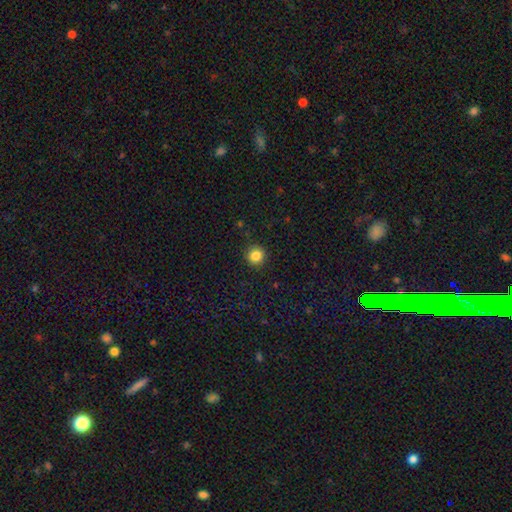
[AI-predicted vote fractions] A smooth galaxy with no disk features (84%) that is round (92%).

Vote fractions:
- Smooth or featured? smooth: 84% / star or artifact: 11% / featured or disk: 4%
- How rounded? round: 92% / in between: 7% / cigar-shaped: 1%
- Merging? none: 91% / minor disturbance: 6% / major disturbance: 2% / merger: 1%